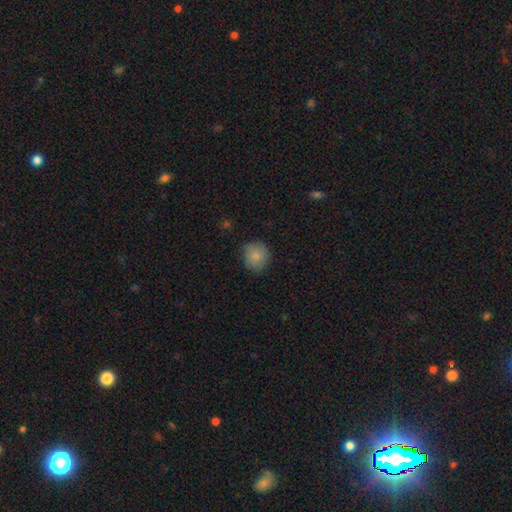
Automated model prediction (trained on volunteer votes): Smooth or featured? smooth (84%)
How rounded? round (88%)
Merging? none (80%)